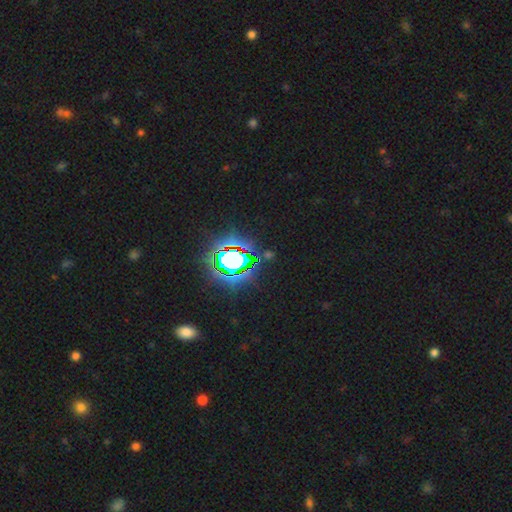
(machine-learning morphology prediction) Smooth or featured?
  - star or artifact: 83% *
  - smooth: 11%
  - featured or disk: 6%